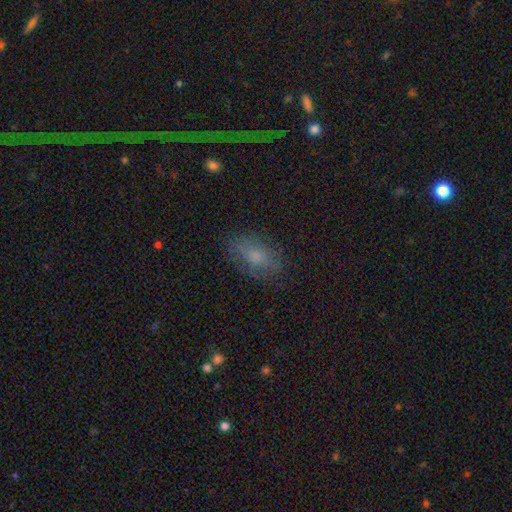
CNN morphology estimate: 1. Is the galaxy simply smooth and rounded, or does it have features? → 65% smooth, 22% featured or disk, 13% star or artifact.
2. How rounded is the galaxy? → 85% in between, 8% round, 7% cigar-shaped.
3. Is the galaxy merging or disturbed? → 74% none, 17% minor disturbance, 7% major disturbance, 2% merger.